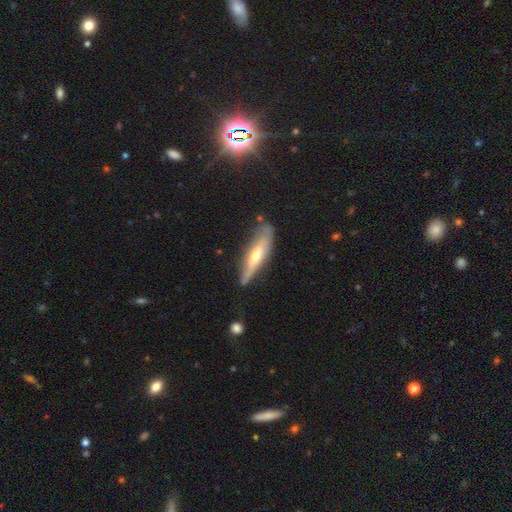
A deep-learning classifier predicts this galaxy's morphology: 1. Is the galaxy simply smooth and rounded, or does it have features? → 56% featured or disk, 38% smooth, 6% star or artifact.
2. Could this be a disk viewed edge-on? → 83% yes, 17% no.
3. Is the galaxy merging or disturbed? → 71% none, 21% minor disturbance, 5% major disturbance, 3% merger.